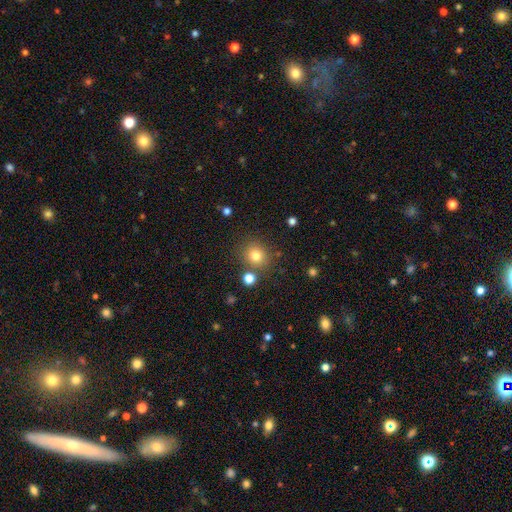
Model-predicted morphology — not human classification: A smooth galaxy with no disk features (79%) that is round (83%). Merging: none (79%).